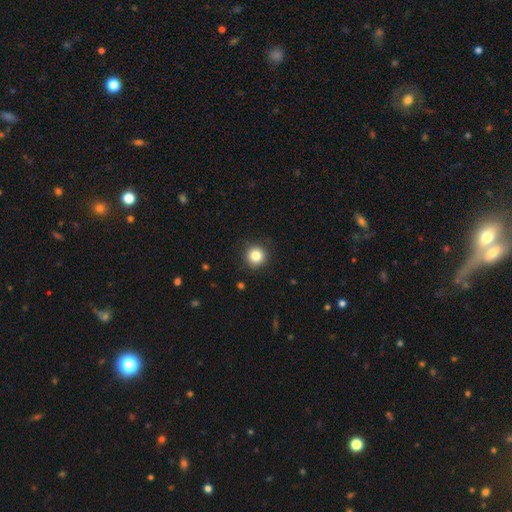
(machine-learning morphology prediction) This is clearly a smooth galaxy (84%). How rounded: clearly round (95%). Merging: clearly none (89%).